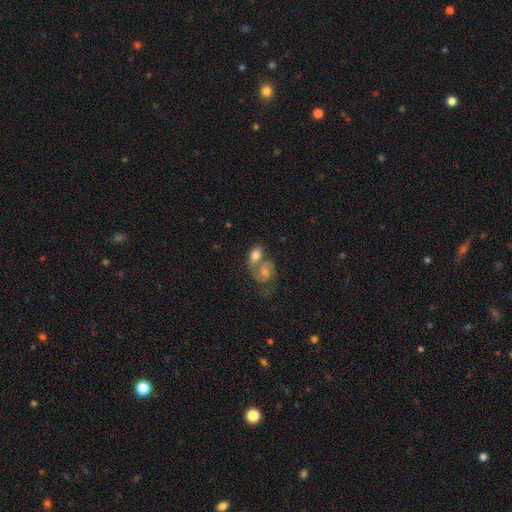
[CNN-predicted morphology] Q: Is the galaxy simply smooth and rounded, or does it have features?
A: smooth — 51%.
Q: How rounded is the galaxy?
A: in between — 72%.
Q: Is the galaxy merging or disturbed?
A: merger — 61%.